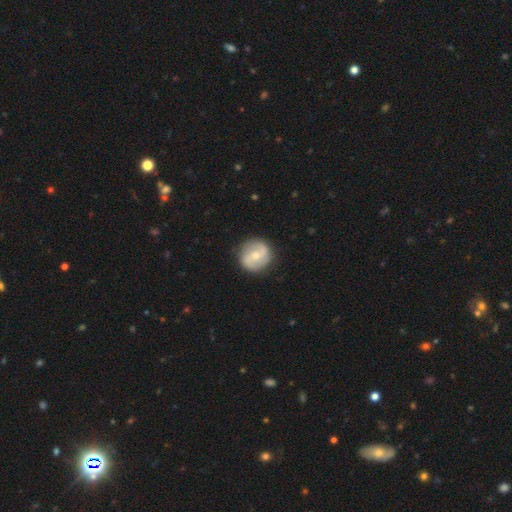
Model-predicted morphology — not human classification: smooth-or-featured: featured or disk: 62% | smooth: 32% | star or artifact: 6%
  disk-edge-on: no: 97% | yes: 3%
    bar: no: 50% | weak: 37% | strong: 12%
    has-spiral-arms: yes: 83% | no: 17%
      spiral-winding: medium: 43% | loose: 30% | tight: 27%
      spiral-arm-count: 2: 85% | can't tell: 8% | 1: 2% | 3: 2% | 4: 1% | more than 4: 1%
    bulge-size: small: 50% | moderate: 46% | large: 2% | none: 1% | dominant: 1%
  merging: none: 85% | minor disturbance: 11% | major disturbance: 3% | merger: 1%